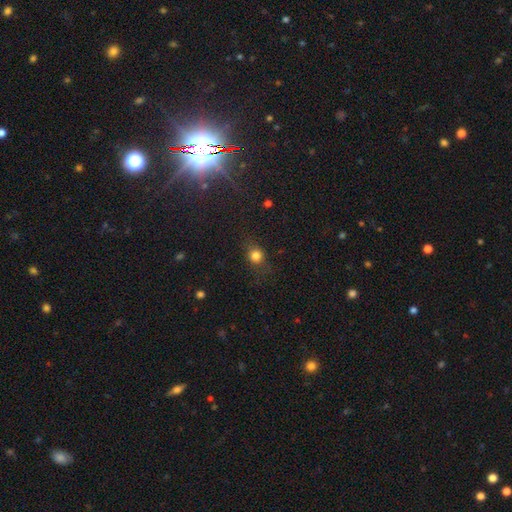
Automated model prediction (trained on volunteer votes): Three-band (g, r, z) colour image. It shows a smooth galaxy with no disk features (77%) that is round (75%). Merging: none (77%).